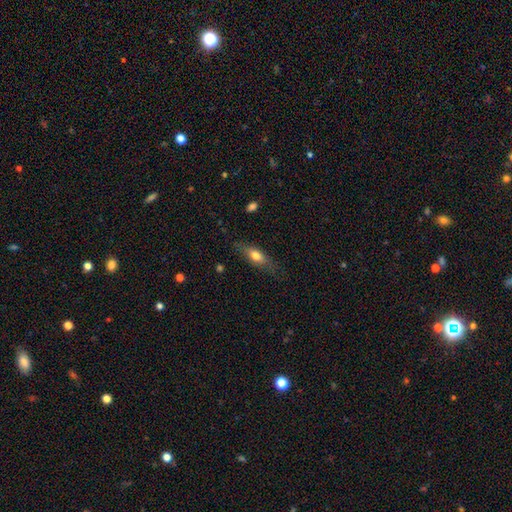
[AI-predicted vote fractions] Overall: smooth (67%). How rounded: in between (62%; cigar-shaped 34%). Merging: none (73%).